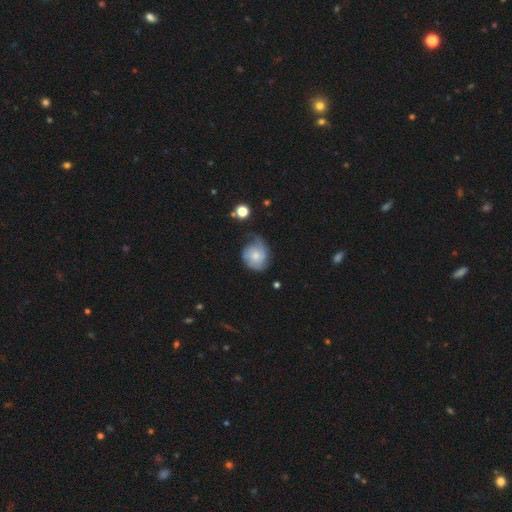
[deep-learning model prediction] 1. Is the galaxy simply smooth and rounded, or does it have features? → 59% smooth, 33% featured or disk, 8% star or artifact.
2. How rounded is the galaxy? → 72% round, 27% in between, 1% cigar-shaped.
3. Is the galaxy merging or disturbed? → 43% none, 37% minor disturbance, 17% major disturbance, 3% merger.